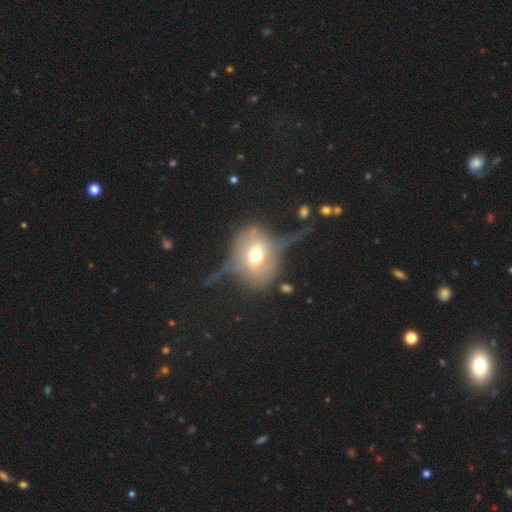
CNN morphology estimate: The model was most divided on "merging": major disturbance: 44%, none: 31%, minor disturbance: 19%, merger: 5%. More confident: edge-on disk — no (60%); smooth or featured — featured or disk (58%).